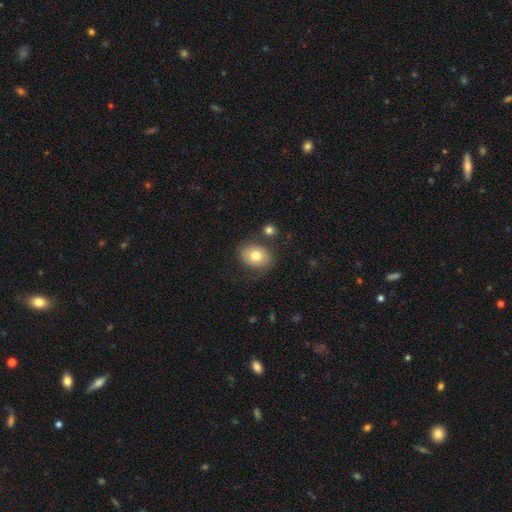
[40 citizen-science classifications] A smooth galaxy with no disk features (80%) that is in between round and cigar-shaped (84%). Merging: none (72%).